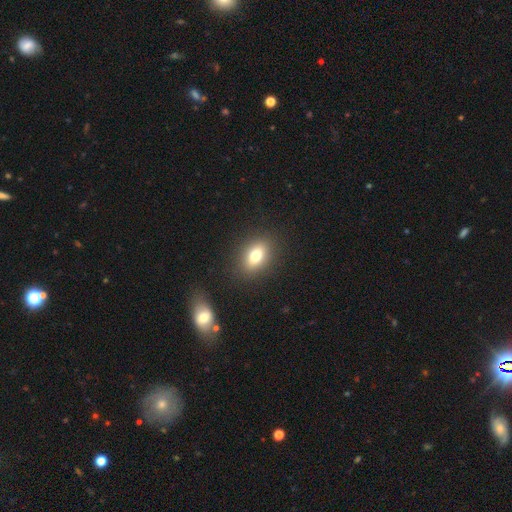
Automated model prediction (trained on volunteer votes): Morphology: type=smooth (74%); roundness=in between (77%); merging=none (87%).